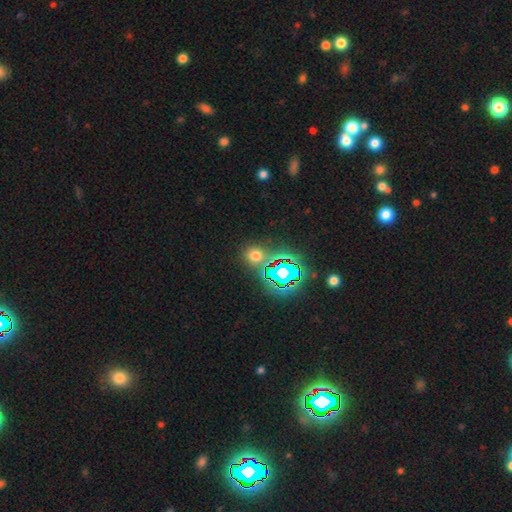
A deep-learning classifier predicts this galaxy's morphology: Smooth or featured: smooth — 57% (star or artifact — 36%)
How rounded: round — 81% (in between — 17%)
Merging: none — 78% (minor disturbance — 10%)